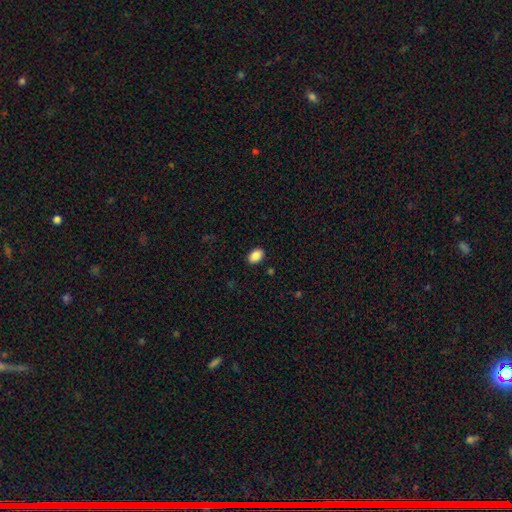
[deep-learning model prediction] Morphology: type=smooth (89%); roundness=in between (84%); merging=none (89%).